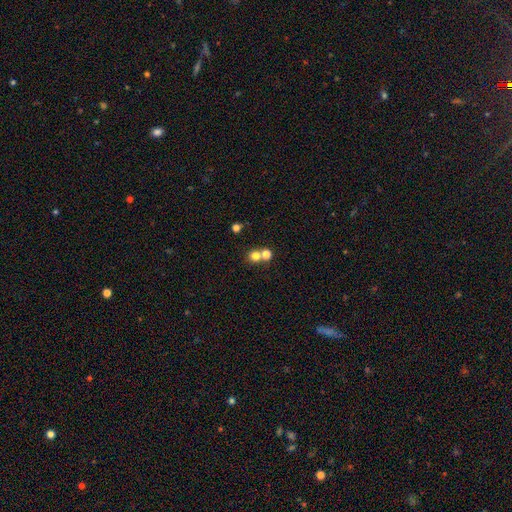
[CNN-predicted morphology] smooth_or_featured: smooth (p=0.75) [alt: star or artifact p=0.15]
how_rounded: round (p=0.84) [alt: in between p=0.15]
merging: none (p=0.51) [alt: merger p=0.40]